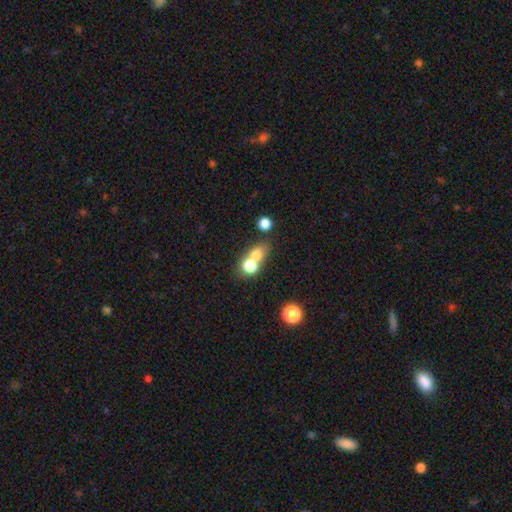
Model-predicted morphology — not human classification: A smooth galaxy with no disk features (71%) that is round (64%).

Vote fractions:
- Smooth or featured? smooth: 71% / star or artifact: 15% / featured or disk: 14%
- How rounded? round: 64% / in between: 33% / cigar-shaped: 2%
- Merging? merger: 56% / none: 33% / minor disturbance: 7% / major disturbance: 4%